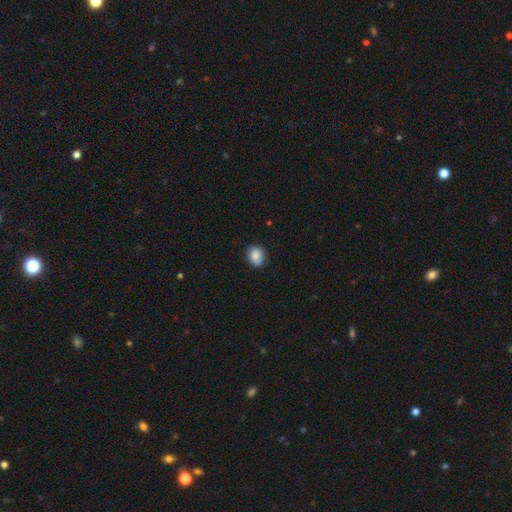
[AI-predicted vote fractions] Q: Smooth or featured?
A: smooth (87%); runner-up: star or artifact (8%)
Q: How rounded?
A: in between (50%); runner-up: round (49%)
Q: Merging?
A: none (81%); runner-up: minor disturbance (15%)